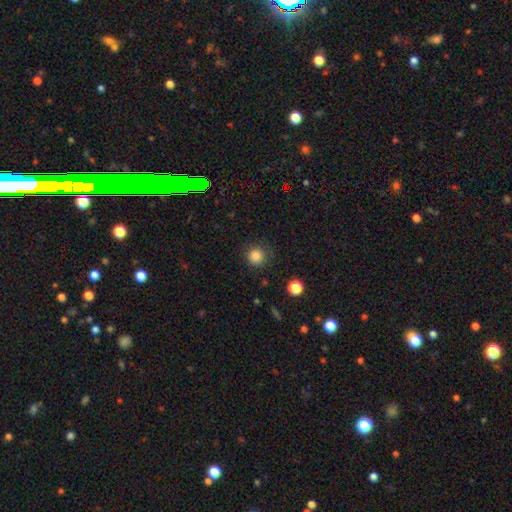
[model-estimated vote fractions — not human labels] Smooth or featured: smooth — 84% (star or artifact — 12%)
How rounded: round — 94% (in between — 5%)
Merging: none — 86% (minor disturbance — 9%)